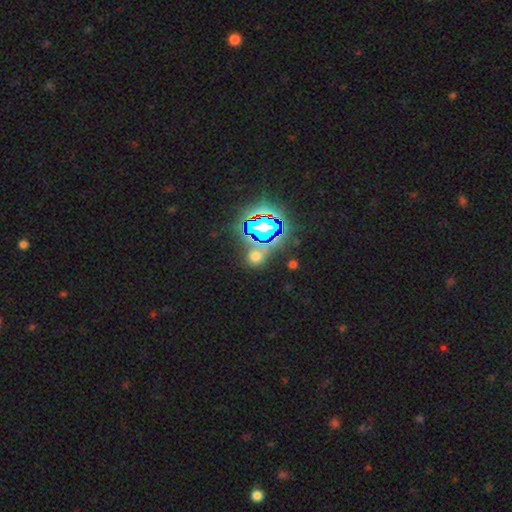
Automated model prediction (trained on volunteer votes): This is possibly a star or artifact rather than a galaxy (50%).